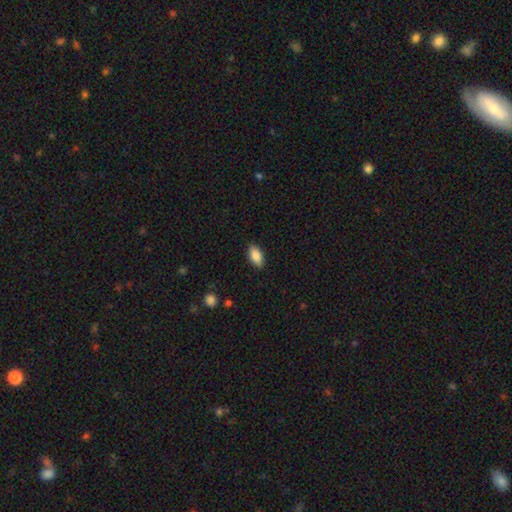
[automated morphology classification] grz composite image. It shows a smooth galaxy with no disk features (87%) that is in between round and cigar-shaped (91%). Merging: none (87%).